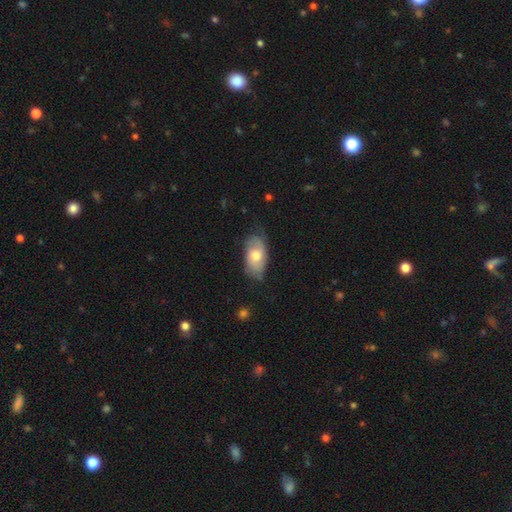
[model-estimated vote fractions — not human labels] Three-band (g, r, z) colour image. It shows a smooth galaxy with no disk features (58%) that is in between round and cigar-shaped (92%). Merging: none (62%).